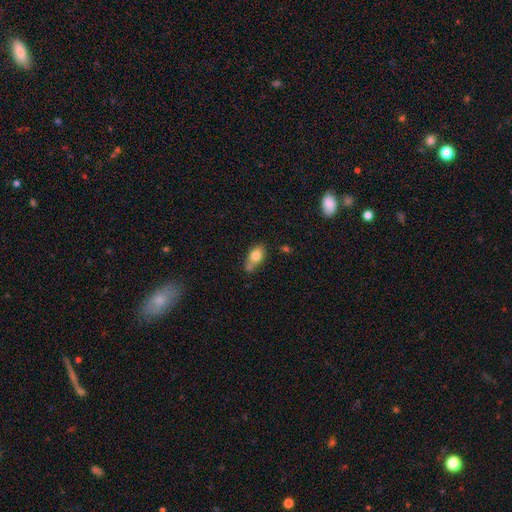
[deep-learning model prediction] smooth 78%, featured or disk 13%, star or artifact 8%. Down the decision tree: how rounded — in between (82%); merging — none (47%).